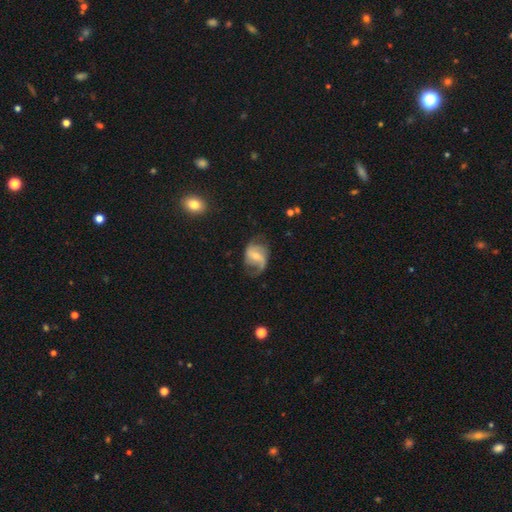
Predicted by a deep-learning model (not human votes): A featured or disk galaxy (76%) with a weak bar (49%), 2 (71%) loose (47%) spiral arms (92%) and a small central bulge (48%).

Vote fractions:
- Smooth or featured? featured or disk: 76% / smooth: 17% / star or artifact: 7%
- Edge-on disk? no: 97% / yes: 3%
- Bar? weak: 49% / strong: 26% / no: 25%
- Spiral arms? yes: 92% / no: 8%
- Spiral winding? loose: 47% / medium: 40% / tight: 13%
- Spiral arm count? 2: 71% / 1: 13% / can't tell: 8% / 3: 5% / 4: 1% / more than 4: 1%
- Bulge size? small: 48% / moderate: 42% / none: 6% / large: 3% / dominant: 1%
- Merging? none: 56% / minor disturbance: 24% / major disturbance: 19% / merger: 2%